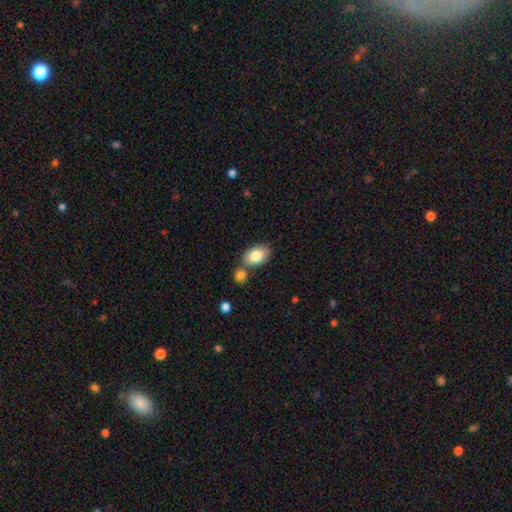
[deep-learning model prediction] Q: Smooth or featured?
A: smooth (83%); runner-up: featured or disk (10%)
Q: How rounded?
A: in between (88%); runner-up: round (11%)
Q: Merging?
A: none (61%); runner-up: merger (23%)